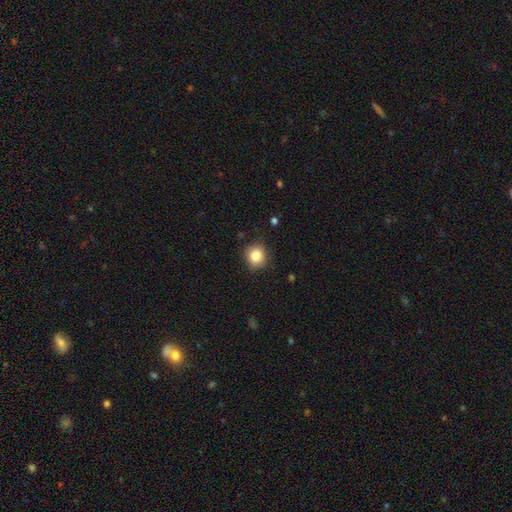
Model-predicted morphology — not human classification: Smooth or featured?
  - smooth: 84% *
  - star or artifact: 10%
  - featured or disk: 5%
How rounded?
  - round: 86% *
  - in between: 13%
  - cigar-shaped: 1%
Merging?
  - none: 86% *
  - minor disturbance: 10%
  - major disturbance: 2%
  - merger: 1%